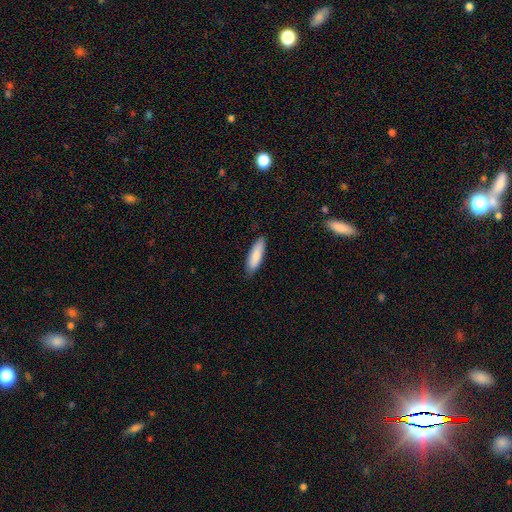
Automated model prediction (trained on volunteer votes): A smooth galaxy with no disk features (86%) that is cigar-shaped (54%). Merging: none (86%).